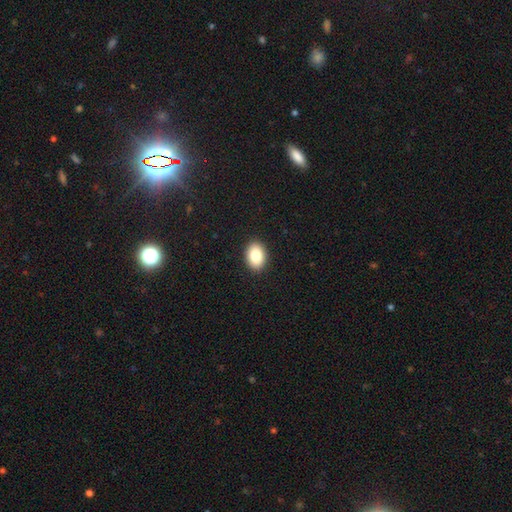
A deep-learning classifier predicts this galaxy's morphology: smooth 86%, star or artifact 8%, featured or disk 7%. Down the decision tree: how rounded — in between (82%); merging — none (91%).